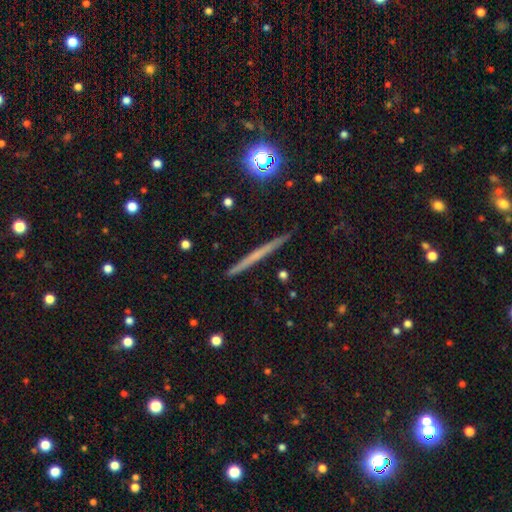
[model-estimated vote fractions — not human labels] featured or disk 53%, smooth 38%, star or artifact 10%. Down the decision tree: edge-on disk — yes (98%); edge-on bulge — none (85%); merging — none (92%).